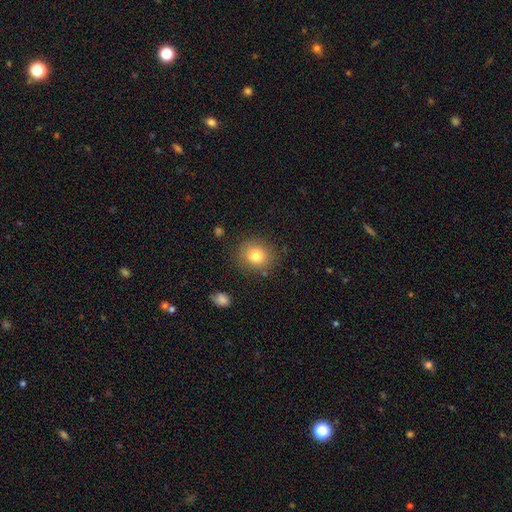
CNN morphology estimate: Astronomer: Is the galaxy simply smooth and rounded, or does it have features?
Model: smooth — 79%.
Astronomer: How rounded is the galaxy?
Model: round — 75%.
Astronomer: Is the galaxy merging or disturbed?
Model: none — 84%.